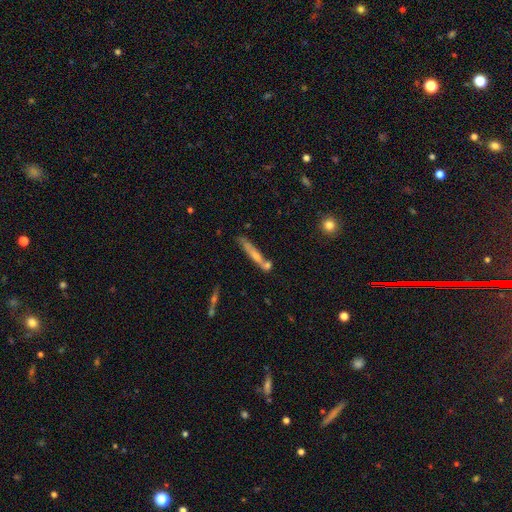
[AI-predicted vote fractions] Overall: featured or disk (51%; smooth 39%). Edge-on disk: yes (86%). Merging: none (60%; merger 21%).